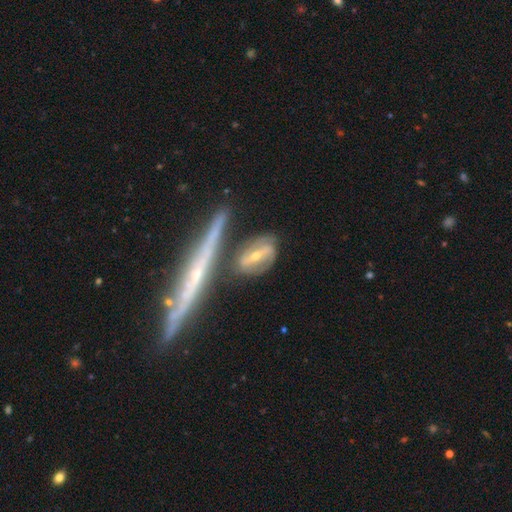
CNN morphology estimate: Smooth or featured? featured or disk (71%)
Edge-on disk? no (78%)
Bar? strong (45%)
Spiral arms? yes (76%)
Bulge size? moderate (54%)
Merging? none (62%)